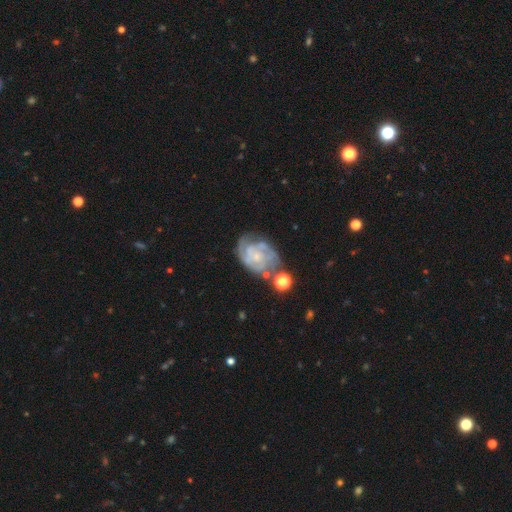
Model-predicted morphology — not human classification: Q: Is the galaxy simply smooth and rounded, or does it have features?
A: featured or disk — 83%.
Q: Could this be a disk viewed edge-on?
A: no — 98%.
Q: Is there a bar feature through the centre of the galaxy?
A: no — 72%.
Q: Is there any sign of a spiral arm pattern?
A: yes — 93%.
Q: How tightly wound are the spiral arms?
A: tight — 60%.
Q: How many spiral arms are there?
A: can't tell — 29%.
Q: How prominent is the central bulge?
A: small — 66%.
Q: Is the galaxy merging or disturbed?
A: none — 56%.